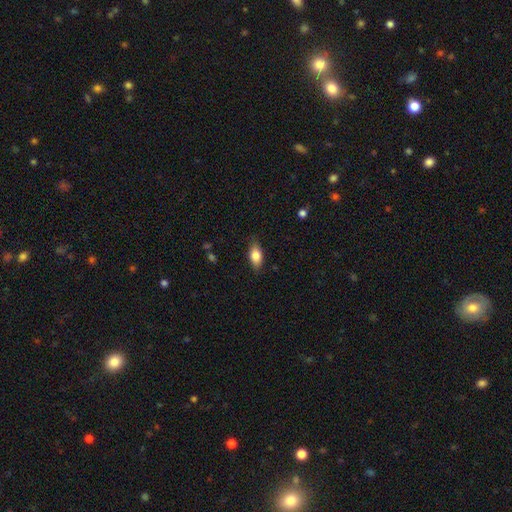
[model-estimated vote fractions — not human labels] smooth_or_featured: smooth (p=0.80) [alt: featured or disk p=0.13]
how_rounded: in between (p=0.86) [alt: cigar-shaped p=0.08]
merging: none (p=0.82) [alt: minor disturbance p=0.14]